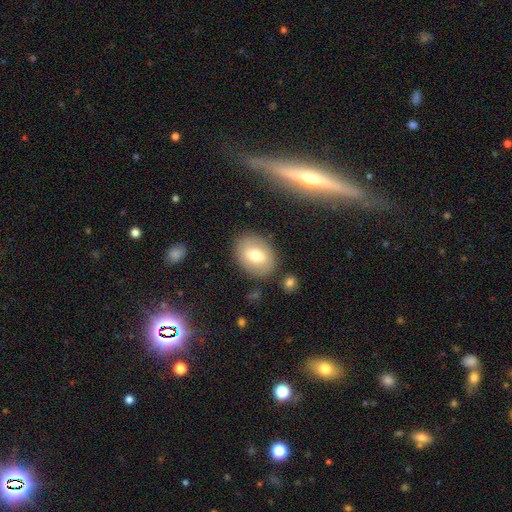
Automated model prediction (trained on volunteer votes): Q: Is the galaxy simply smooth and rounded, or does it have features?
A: smooth — 67%.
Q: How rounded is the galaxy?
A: in between — 63%.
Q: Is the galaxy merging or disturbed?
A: none — 83%.